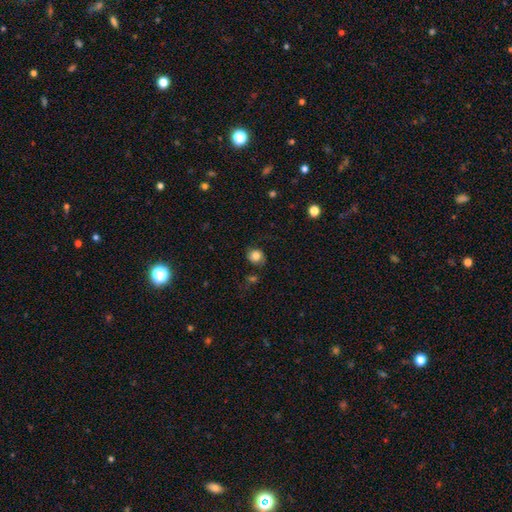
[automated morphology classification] Overall: smooth (73%). How rounded: round (73%). Merging: none (65%).